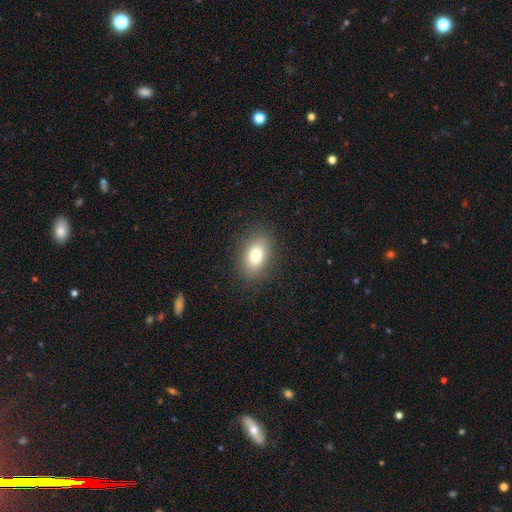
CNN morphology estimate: smooth_or_featured: smooth (p=0.77) [alt: featured or disk p=0.13]
how_rounded: in between (p=0.83) [alt: round p=0.15]
merging: none (p=0.86) [alt: minor disturbance p=0.09]